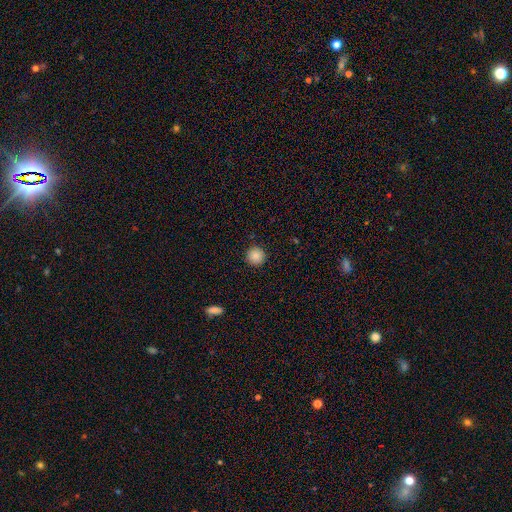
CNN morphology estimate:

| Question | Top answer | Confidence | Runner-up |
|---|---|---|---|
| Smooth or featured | smooth | 87% | star or artifact (9%) |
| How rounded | round | 95% | in between (4%) |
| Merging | none | 92% | minor disturbance (5%) |